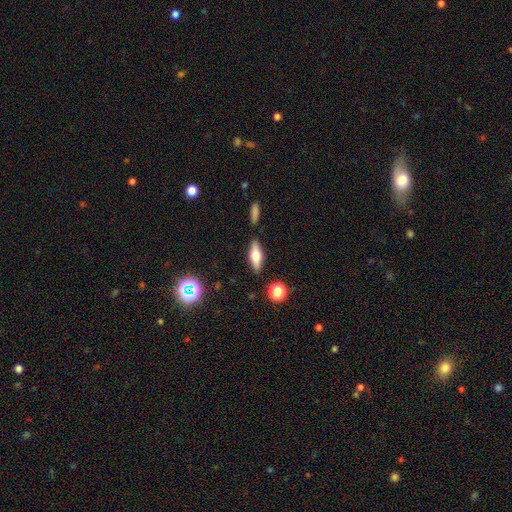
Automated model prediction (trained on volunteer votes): This is possibly a smooth galaxy (53%). How rounded: possibly in between (58%). Merging: clearly none (83%).